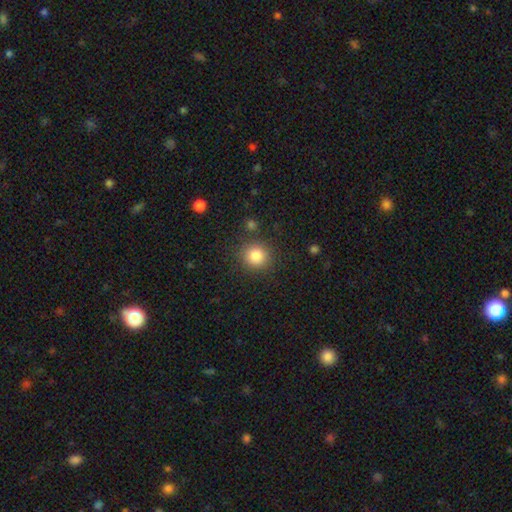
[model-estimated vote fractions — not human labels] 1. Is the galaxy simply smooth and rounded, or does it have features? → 84% smooth, 11% star or artifact, 5% featured or disk.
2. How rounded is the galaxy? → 90% round, 9% in between, 1% cigar-shaped.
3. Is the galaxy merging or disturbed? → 86% none, 8% minor disturbance, 3% major disturbance, 3% merger.